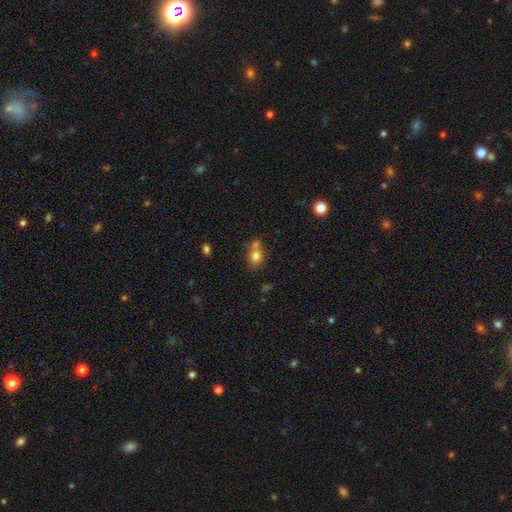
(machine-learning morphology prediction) smooth_or_featured: smooth (p=0.76) [alt: featured or disk p=0.12]
how_rounded: round (p=0.50) [alt: in between p=0.48]
merging: none (p=0.47) [alt: merger p=0.34]